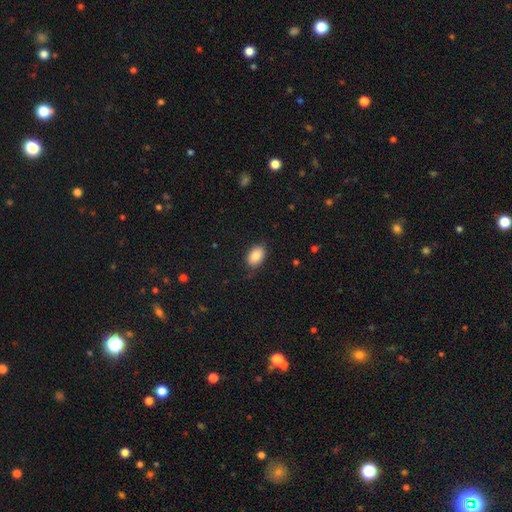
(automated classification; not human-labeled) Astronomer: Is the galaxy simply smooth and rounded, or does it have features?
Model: smooth — 87%.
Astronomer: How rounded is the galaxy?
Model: in between — 89%.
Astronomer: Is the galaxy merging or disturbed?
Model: none — 78%.